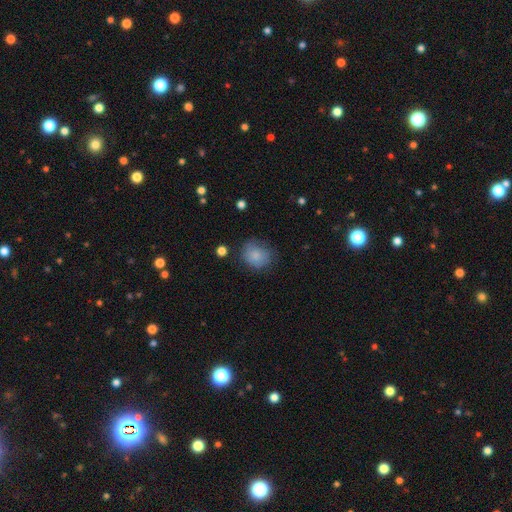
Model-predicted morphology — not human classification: smooth 83%, featured or disk 9%, star or artifact 9%. Down the decision tree: how rounded — round (72%); merging — none (68%).